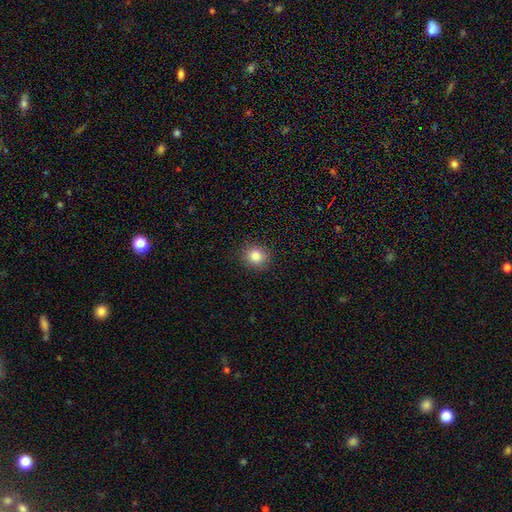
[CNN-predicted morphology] smooth-or-featured: smooth: 83% | star or artifact: 11% | featured or disk: 6%
  how-rounded: round: 85% | in between: 14% | cigar-shaped: 1%
  merging: none: 89% | minor disturbance: 8% | major disturbance: 2% | merger: 1%